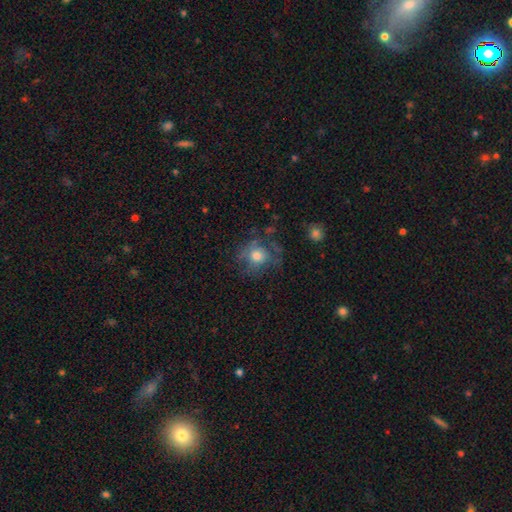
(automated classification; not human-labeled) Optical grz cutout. It shows a smooth galaxy with no disk features (52%) that is round (78%). Merging: none (57%).